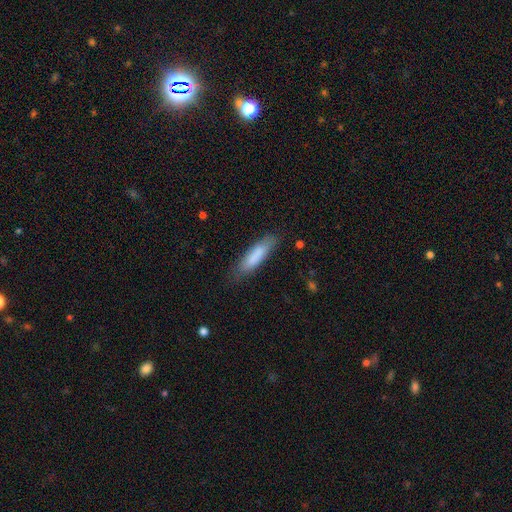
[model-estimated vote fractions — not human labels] Smooth or featured?
  - smooth: 82% *
  - featured or disk: 12%
  - star or artifact: 6%
How rounded?
  - cigar-shaped: 71% *
  - in between: 28%
  - round: 1%
Merging?
  - none: 80% *
  - minor disturbance: 15%
  - major disturbance: 4%
  - merger: 1%